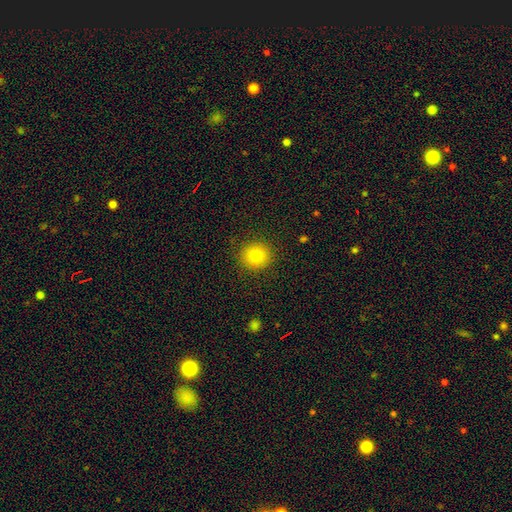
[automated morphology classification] smooth_or_featured: smooth (p=0.81) [alt: star or artifact p=0.11]
how_rounded: round (p=0.91) [alt: in between p=0.08]
merging: none (p=0.90) [alt: minor disturbance p=0.06]